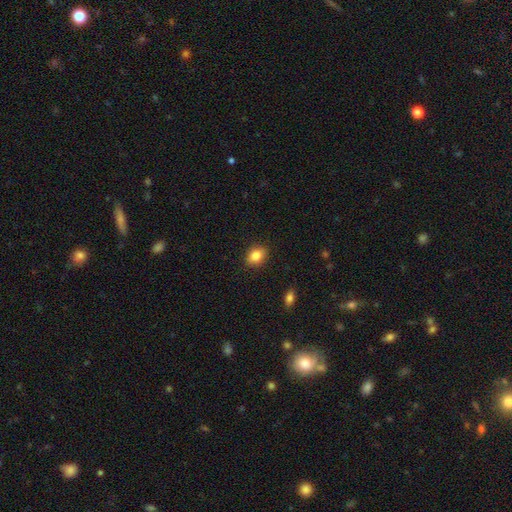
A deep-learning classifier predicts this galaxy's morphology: smooth-or-featured: smooth: 85% | star or artifact: 9% | featured or disk: 6%
  how-rounded: in between: 58% | round: 41% | cigar-shaped: 1%
  merging: none: 87% | minor disturbance: 10% | major disturbance: 2% | merger: 1%